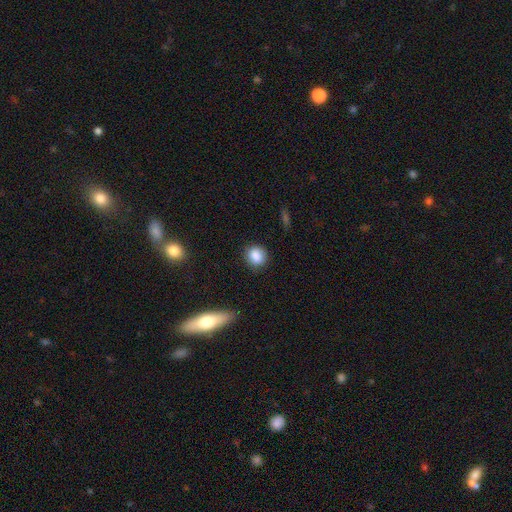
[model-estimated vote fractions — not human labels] Smooth or featured: smooth — 86% (star or artifact — 9%)
How rounded: round — 70% (in between — 28%)
Merging: none — 84% (minor disturbance — 12%)